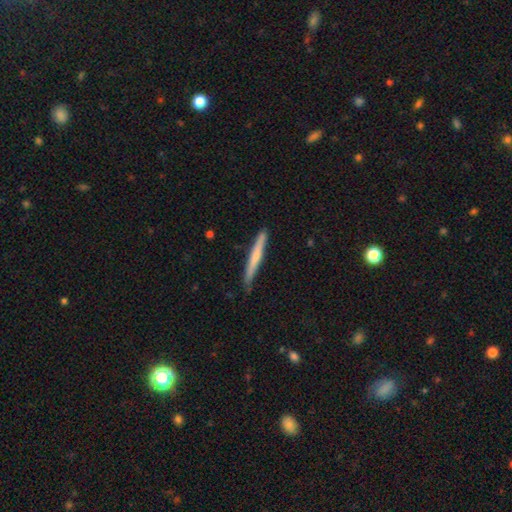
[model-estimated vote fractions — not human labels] This appears to be a smooth galaxy with no disk features (52%) that is cigar-shaped (96%). Merging: none (85%).